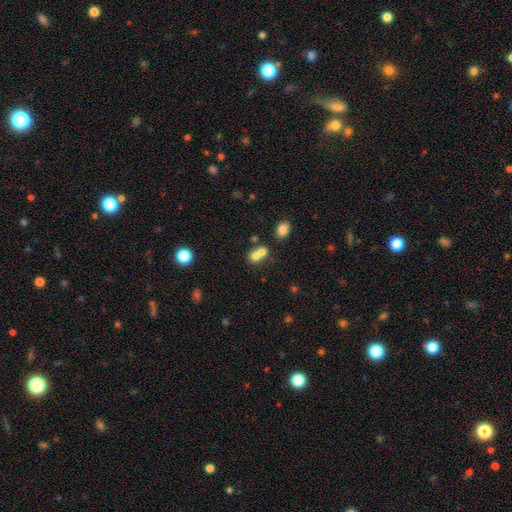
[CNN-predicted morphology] Smooth or featured: smooth — 70% (featured or disk — 16%)
How rounded: round — 70% (in between — 29%)
Merging: merger — 61% (none — 30%)